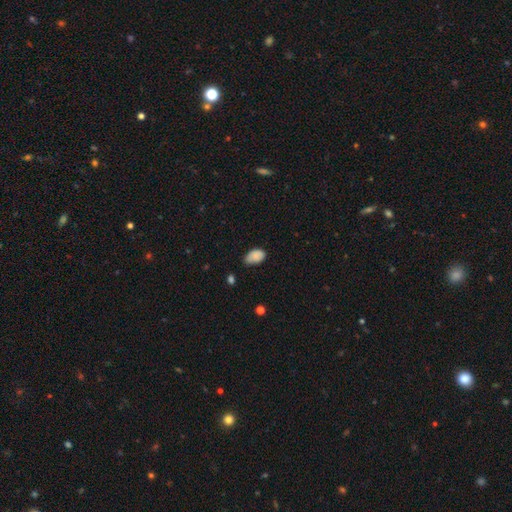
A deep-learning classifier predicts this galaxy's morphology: Q: Smooth or featured?
A: smooth (83%); runner-up: star or artifact (8%)
Q: How rounded?
A: in between (90%); runner-up: round (9%)
Q: Merging?
A: none (50%); runner-up: minor disturbance (40%)